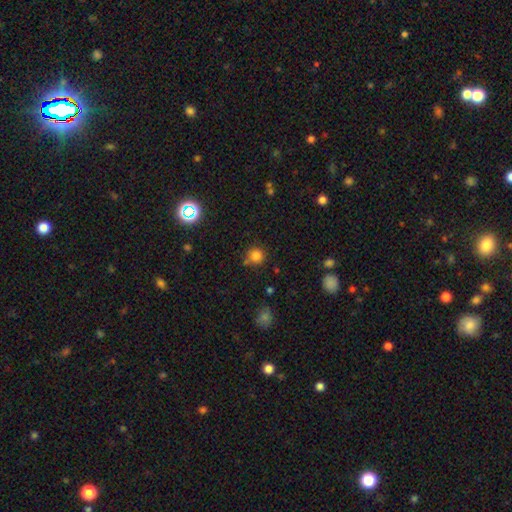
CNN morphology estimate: The model was most divided on "merging": none: 76%, minor disturbance: 11%, merger: 11%, major disturbance: 3%. More confident: how rounded — round (92%); smooth or featured — smooth (81%).